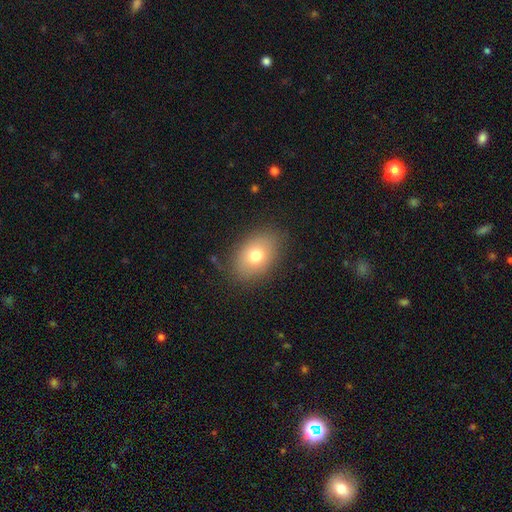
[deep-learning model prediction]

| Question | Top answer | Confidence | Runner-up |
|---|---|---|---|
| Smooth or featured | smooth | 74% | featured or disk (16%) |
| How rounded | in between | 81% | round (18%) |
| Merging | none | 82% | minor disturbance (13%) |